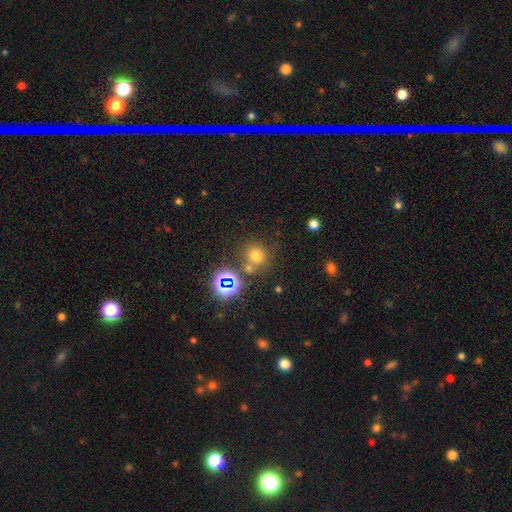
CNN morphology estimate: Smooth or featured: smooth — 66% (star or artifact — 25%)
How rounded: round — 87% (in between — 12%)
Merging: none — 67% (merger — 19%)